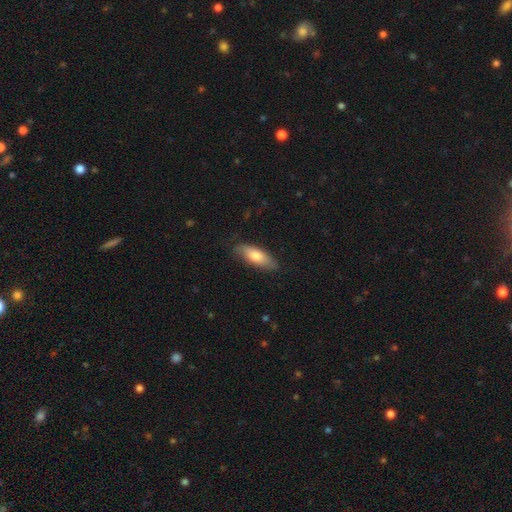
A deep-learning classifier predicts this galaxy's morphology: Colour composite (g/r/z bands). It shows a smooth galaxy with no disk features (73%) that is in between round and cigar-shaped (66%). Merging: none (79%).